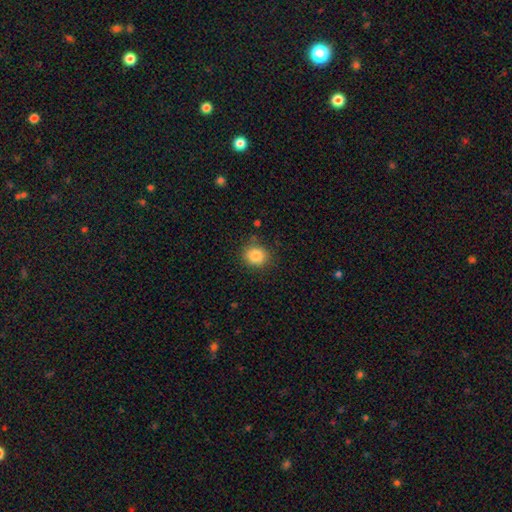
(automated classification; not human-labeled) Smooth or featured?
  - smooth: 85% *
  - star or artifact: 10%
  - featured or disk: 5%
How rounded?
  - round: 82% *
  - in between: 18%
  - cigar-shaped: 1%
Merging?
  - none: 85% *
  - minor disturbance: 10%
  - major disturbance: 3%
  - merger: 2%